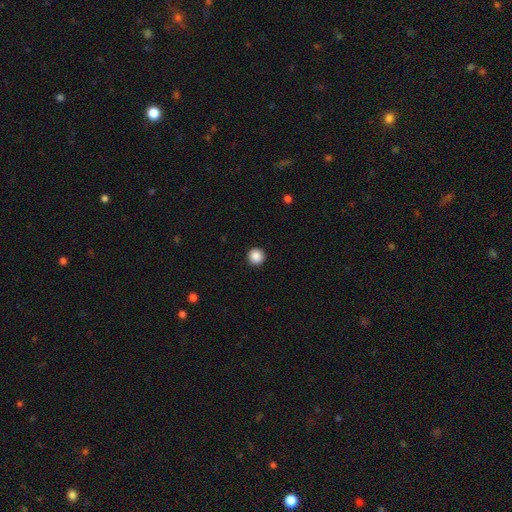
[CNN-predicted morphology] A smooth galaxy with no disk features (88%) that is round (96%). Merging: none (94%).